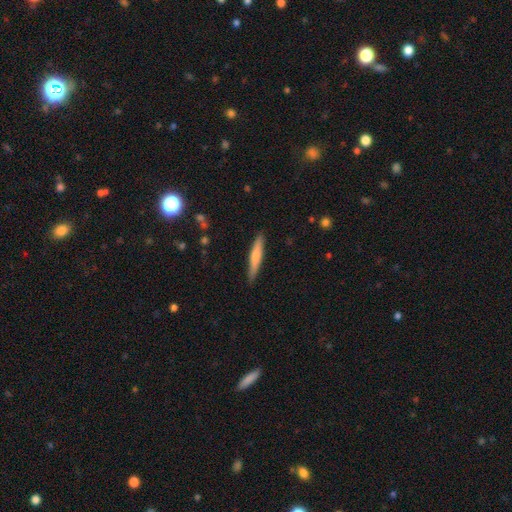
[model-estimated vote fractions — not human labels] Overall: smooth (62%; featured or disk 33%). How rounded: cigar-shaped (93%). Merging: none (87%).